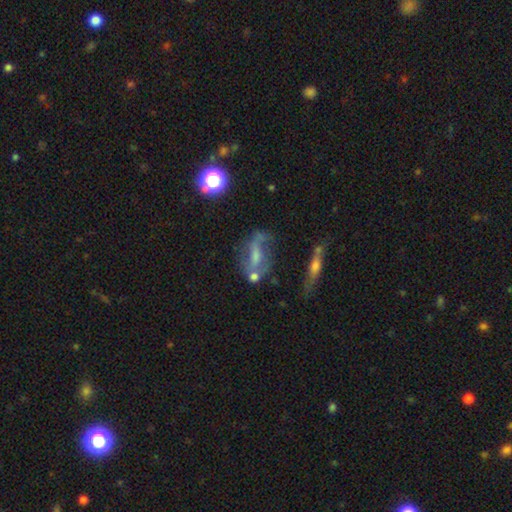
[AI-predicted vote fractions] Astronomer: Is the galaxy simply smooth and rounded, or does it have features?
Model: featured or disk — 60%.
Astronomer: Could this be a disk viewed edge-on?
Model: no — 83%.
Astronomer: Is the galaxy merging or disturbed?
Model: none — 47%.